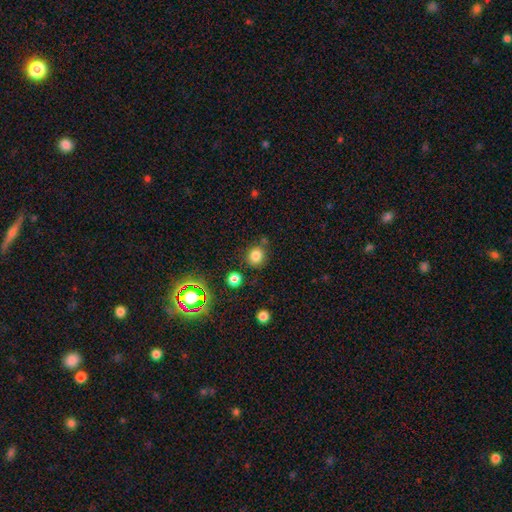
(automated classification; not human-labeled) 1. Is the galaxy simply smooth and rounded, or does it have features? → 79% smooth, 16% star or artifact, 5% featured or disk.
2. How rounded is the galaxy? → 84% round, 15% in between, 1% cigar-shaped.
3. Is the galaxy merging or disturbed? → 78% none, 11% minor disturbance, 7% merger, 4% major disturbance.